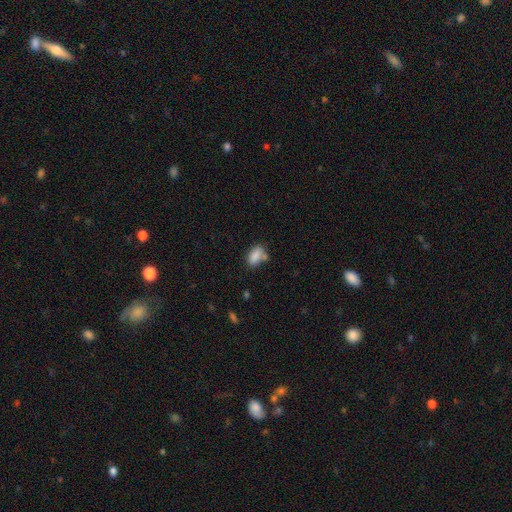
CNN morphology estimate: This is clearly a smooth galaxy (85%). How rounded: clearly in between (90%). Merging: possibly none (57%).